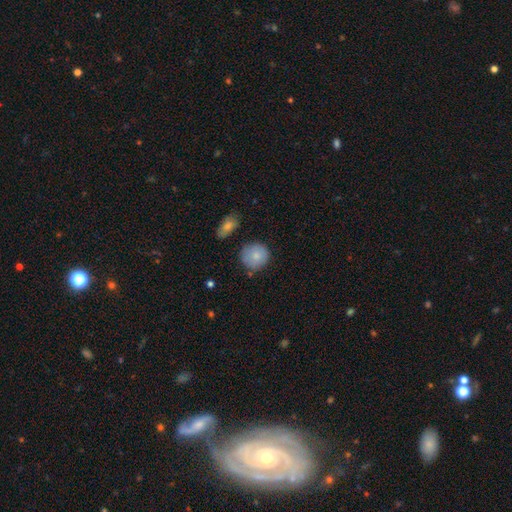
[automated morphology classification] smooth_or_featured: smooth (p=0.83) [alt: featured or disk p=0.10]
how_rounded: round (p=0.90) [alt: in between p=0.09]
merging: none (p=0.75) [alt: minor disturbance p=0.17]